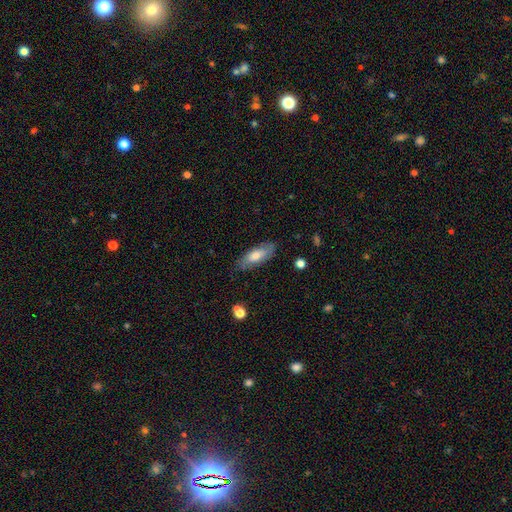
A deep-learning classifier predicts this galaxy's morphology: Smooth or featured: smooth — 67% (featured or disk — 27%)
How rounded: in between — 73% (cigar-shaped — 25%)
Merging: none — 76% (minor disturbance — 19%)